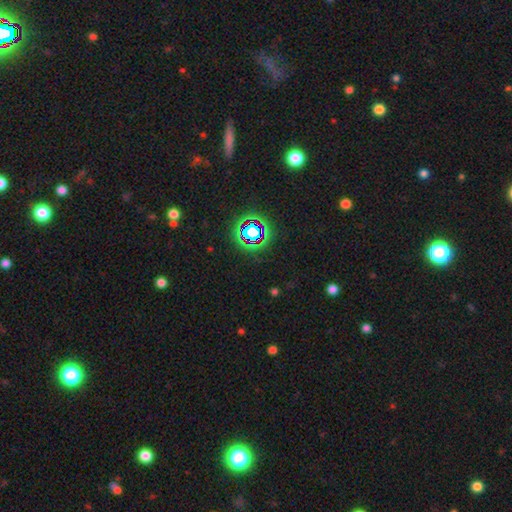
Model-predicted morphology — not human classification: This is likely a star or artifact rather than a galaxy (68%).